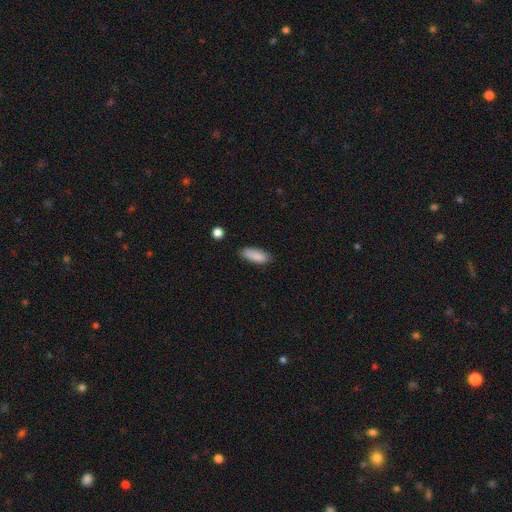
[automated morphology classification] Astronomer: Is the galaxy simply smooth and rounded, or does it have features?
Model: smooth — 88%.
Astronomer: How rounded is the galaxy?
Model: in between — 75%.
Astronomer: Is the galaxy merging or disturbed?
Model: none — 80%.